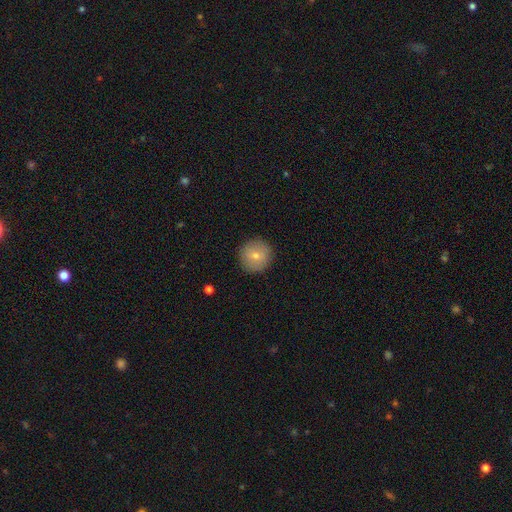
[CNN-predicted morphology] This is likely a smooth galaxy (76%). How rounded: clearly round (95%). Merging: clearly none (90%).